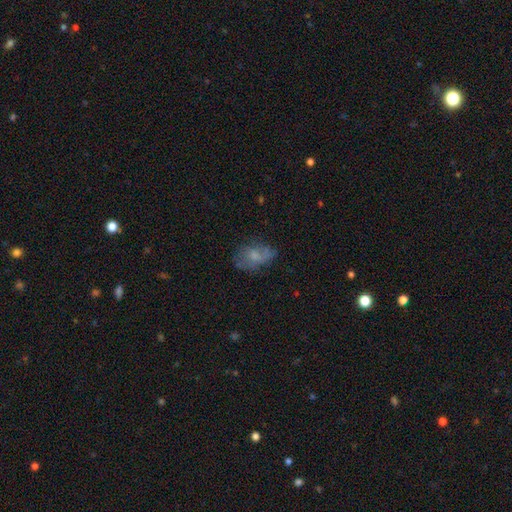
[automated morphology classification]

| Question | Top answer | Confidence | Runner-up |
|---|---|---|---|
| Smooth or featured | smooth | 55% | featured or disk (34%) |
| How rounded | in between | 84% | round (13%) |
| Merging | none | 53% | minor disturbance (28%) |